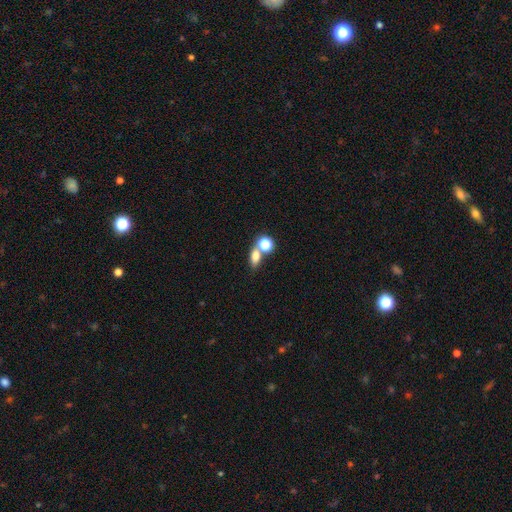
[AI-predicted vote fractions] Smooth or featured: smooth — 74% (star or artifact — 14%)
How rounded: in between — 69% (round — 27%)
Merging: none — 46% (merger — 41%)